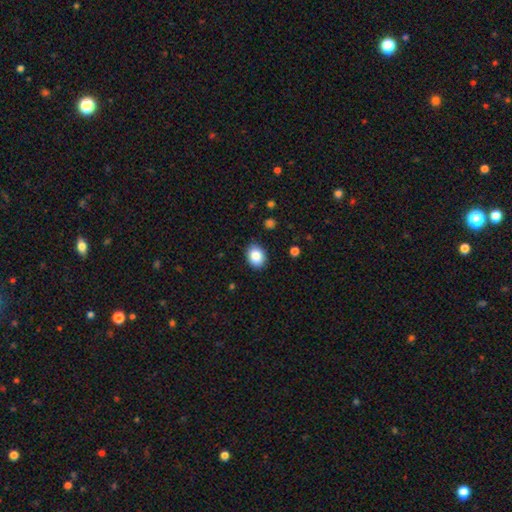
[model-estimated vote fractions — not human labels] smooth_or_featured: smooth (p=0.86) [alt: star or artifact p=0.08]
how_rounded: in between (p=0.58) [alt: round p=0.41]
merging: none (p=0.87) [alt: minor disturbance p=0.10]